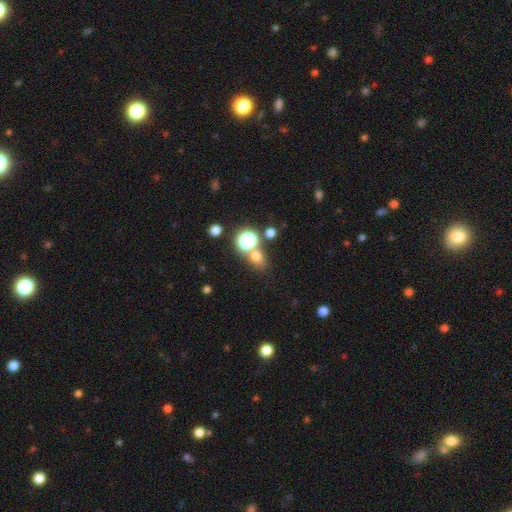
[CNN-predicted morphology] Overall: smooth (66%). How rounded: round (58%; in between 41%). Merging: none (62%; merger 23%).